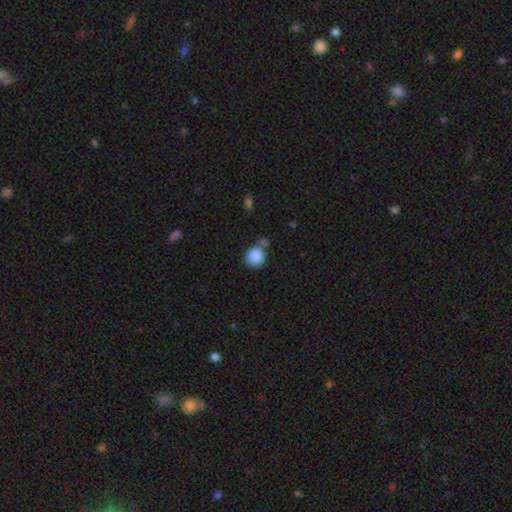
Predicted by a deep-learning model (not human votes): Smooth or featured? Predicted: smooth (p=0.86). How rounded? Predicted: round (p=0.79). Merging? Predicted: none (p=0.48).